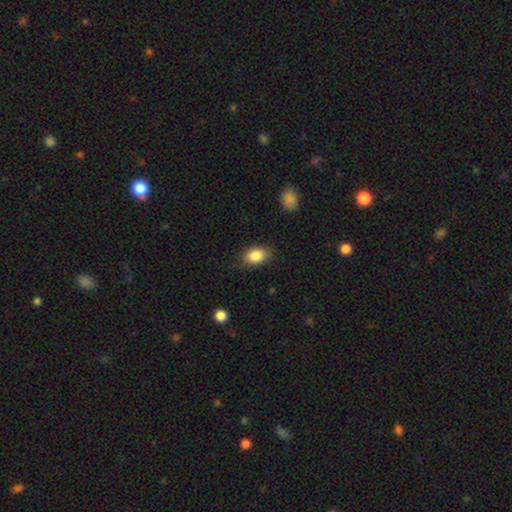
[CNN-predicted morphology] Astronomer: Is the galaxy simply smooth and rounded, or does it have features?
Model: smooth — 86%.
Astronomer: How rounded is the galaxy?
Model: in between — 83%.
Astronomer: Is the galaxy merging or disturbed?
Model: none — 83%.